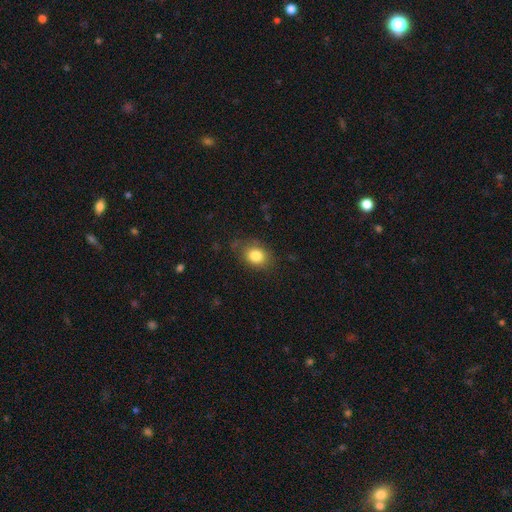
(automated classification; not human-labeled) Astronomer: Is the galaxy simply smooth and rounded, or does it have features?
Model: smooth — 82%.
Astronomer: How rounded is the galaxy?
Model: in between — 56% (runner-up: round, 43%).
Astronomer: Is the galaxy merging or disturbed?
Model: none — 75%.